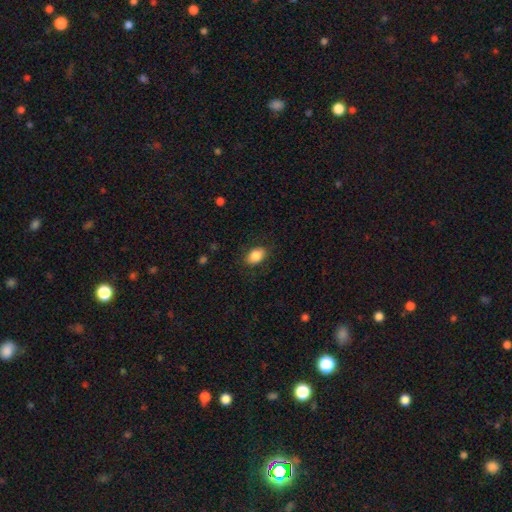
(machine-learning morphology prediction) smooth_or_featured: smooth (p=0.86) [alt: star or artifact p=0.08]
how_rounded: in between (p=0.83) [alt: round p=0.16]
merging: none (p=0.82) [alt: minor disturbance p=0.13]